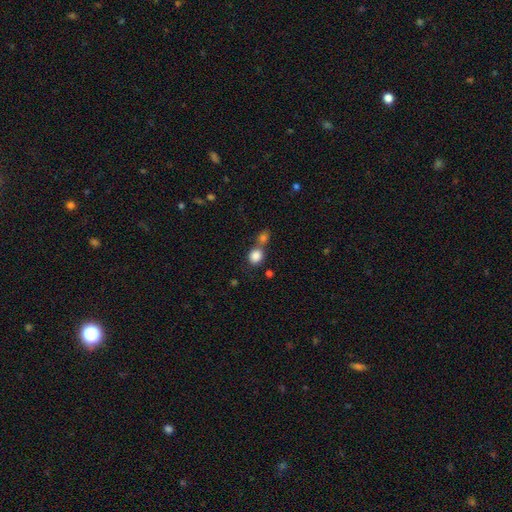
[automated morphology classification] Smooth or featured?
  - smooth: 85% *
  - star or artifact: 10%
  - featured or disk: 6%
How rounded?
  - round: 75% *
  - in between: 24%
  - cigar-shaped: 1%
Merging?
  - none: 49% *
  - merger: 38%
  - minor disturbance: 9%
  - major disturbance: 4%